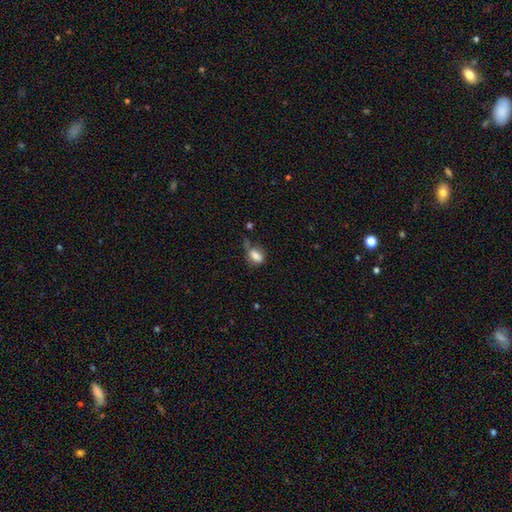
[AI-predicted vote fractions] smooth_or_featured: smooth (p=0.80) [alt: star or artifact p=0.10]
how_rounded: in between (p=0.79) [alt: round p=0.18]
merging: none (p=0.47) [alt: minor disturbance p=0.30]